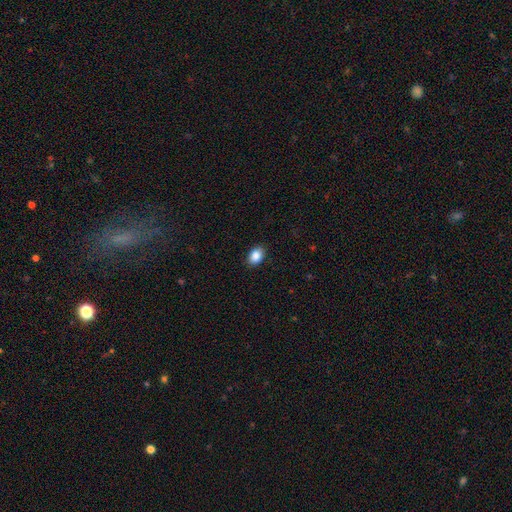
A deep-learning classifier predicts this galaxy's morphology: Overall: smooth (88%). How rounded: in between (78%). Merging: none (88%).